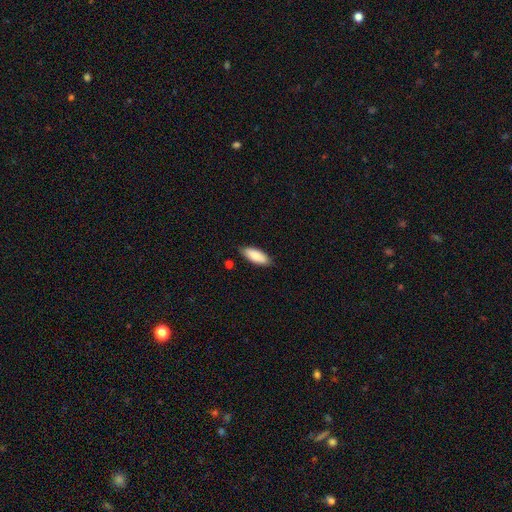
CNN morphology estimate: smooth-or-featured: smooth: 85% | featured or disk: 9% | star or artifact: 6%
  how-rounded: in between: 76% | cigar-shaped: 22% | round: 2%
  merging: none: 83% | minor disturbance: 13% | major disturbance: 2% | merger: 1%